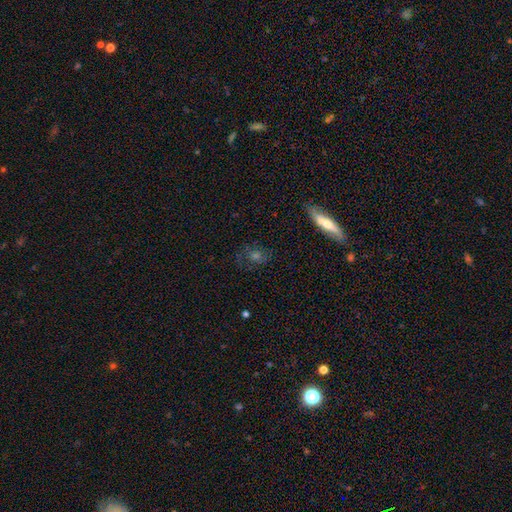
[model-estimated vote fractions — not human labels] Smooth or featured? Predicted: featured or disk (p=0.41). Merging? Predicted: none (p=0.73).